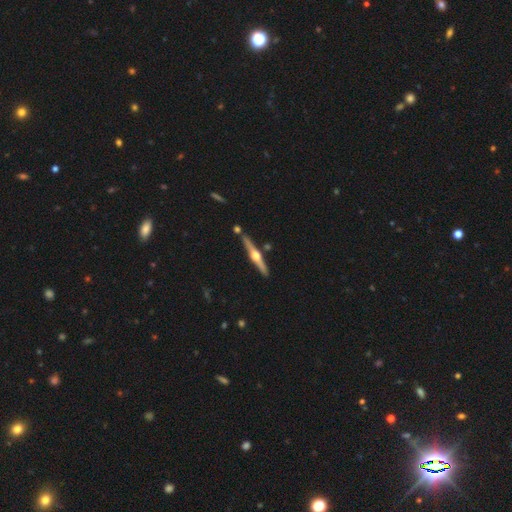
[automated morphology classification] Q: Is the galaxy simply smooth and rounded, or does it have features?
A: featured or disk — 78%.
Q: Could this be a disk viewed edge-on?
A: yes — 98%.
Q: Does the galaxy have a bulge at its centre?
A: rounded — 96%.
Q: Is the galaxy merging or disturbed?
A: none — 84%.